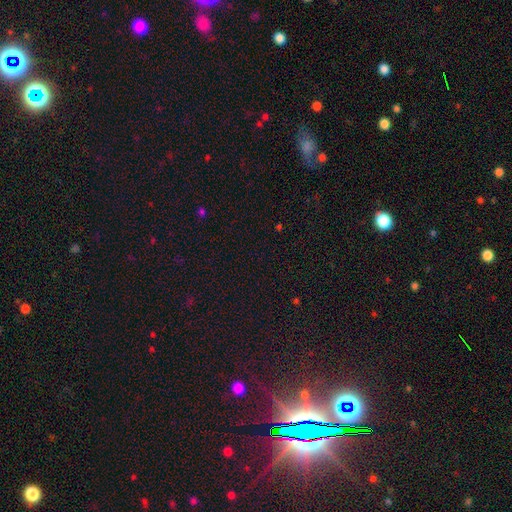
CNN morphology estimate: star or artifact 68%, smooth 26%, featured or disk 7%.